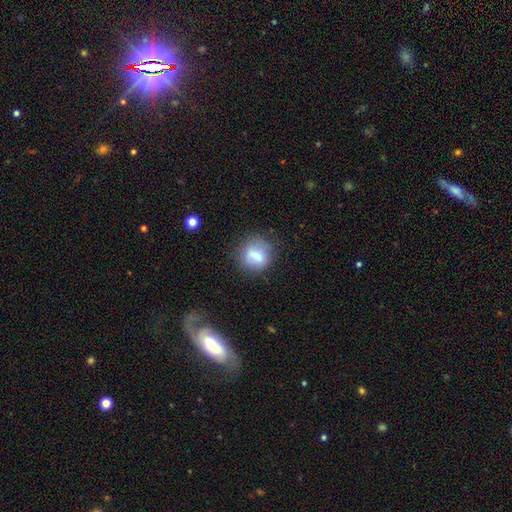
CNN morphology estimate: Smooth or featured? smooth (66%)
How rounded? round (72%)
Merging? none (68%)